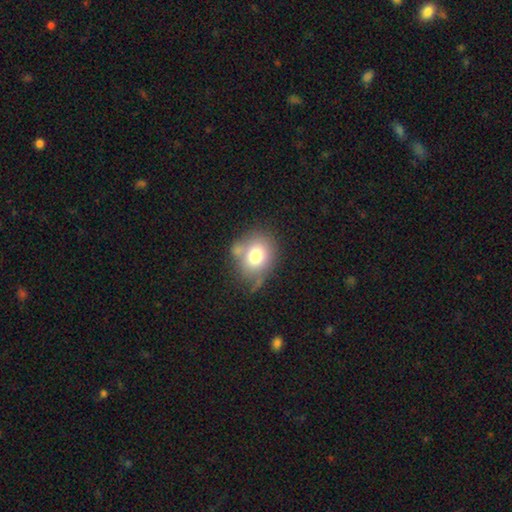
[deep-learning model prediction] smooth 75%, featured or disk 16%, star or artifact 9%. Down the decision tree: how rounded — round (53%); merging — none (54%).